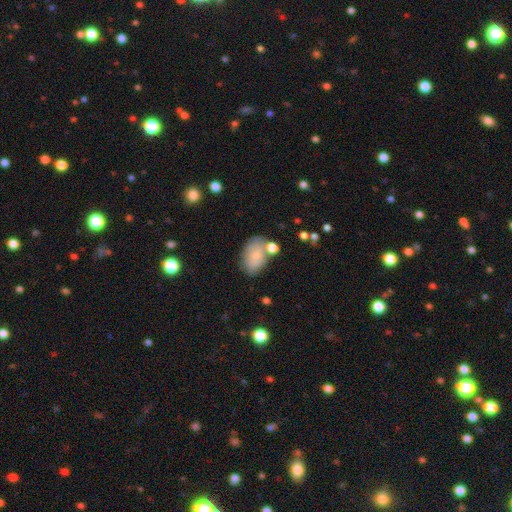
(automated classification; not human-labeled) Morphology: type=smooth (71%); roundness=in between (87%); merging=none (58%).